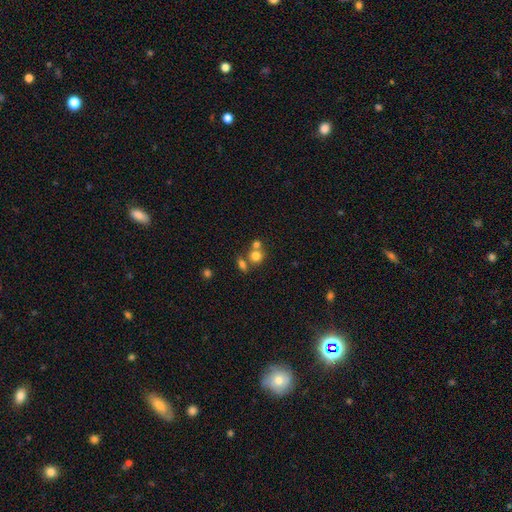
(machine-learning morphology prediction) Smooth or featured: smooth — 76% (star or artifact — 13%)
How rounded: round — 81% (in between — 18%)
Merging: none — 47% (merger — 41%)